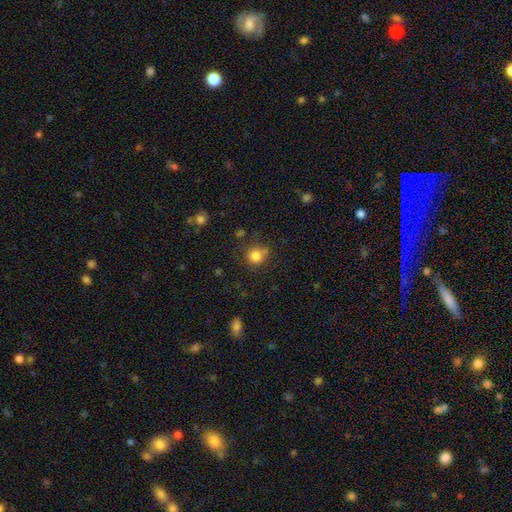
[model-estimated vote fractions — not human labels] Overall: smooth (83%). How rounded: round (90%). Merging: none (75%).